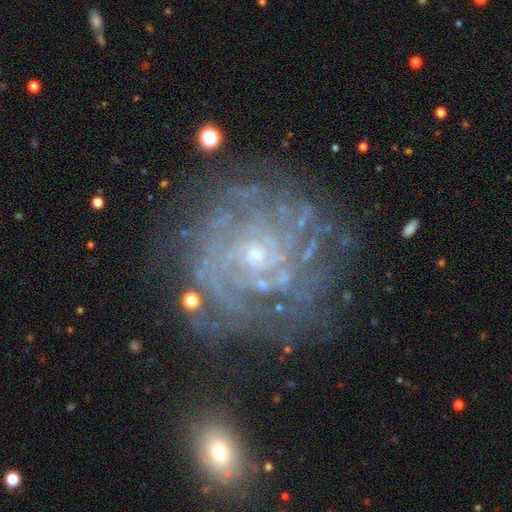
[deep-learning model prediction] The model was most divided on "spiral arm count": can't tell: 38%, 4: 16%, more than 4: 15%, 3: 12%, 2: 11%, 1: 8%. More confident: edge-on disk — no (98%); spiral arms — yes (93%); smooth or featured — featured or disk (85%); bulge size — small (76%); bar — no (76%); spiral winding — tight (75%); merging — none (72%).